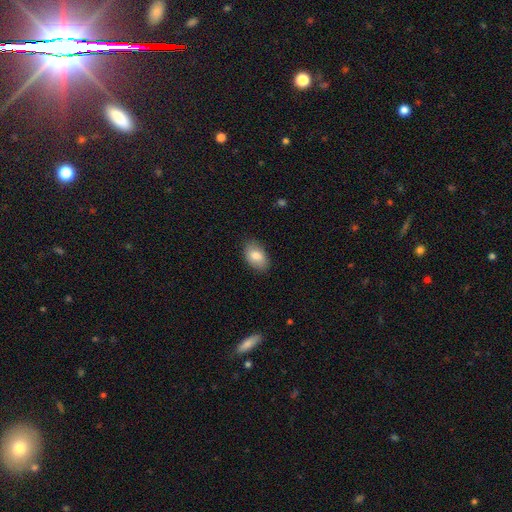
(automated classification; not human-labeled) Smooth or featured? smooth (83%)
How rounded? in between (91%)
Merging? none (83%)